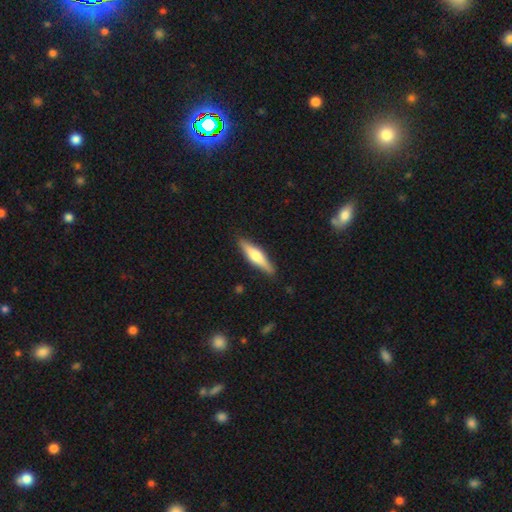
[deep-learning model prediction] Q: Smooth or featured?
A: featured or disk (52%); runner-up: smooth (43%)
Q: Edge-on disk?
A: yes (95%); runner-up: no (5%)
Q: Merging?
A: none (88%); runner-up: minor disturbance (9%)